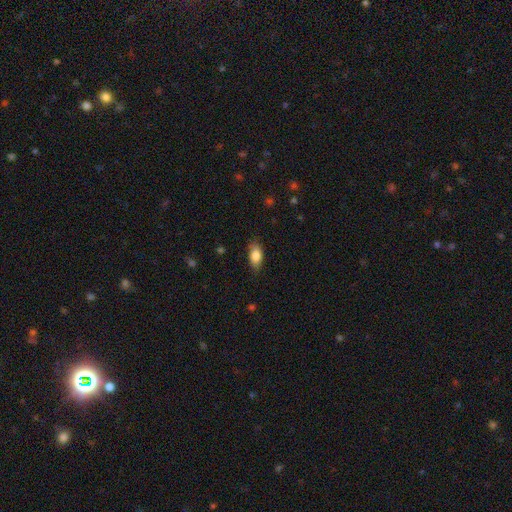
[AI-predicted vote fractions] Q: Smooth or featured?
A: smooth (82%); runner-up: featured or disk (11%)
Q: How rounded?
A: in between (86%); runner-up: cigar-shaped (9%)
Q: Merging?
A: none (82%); runner-up: minor disturbance (15%)